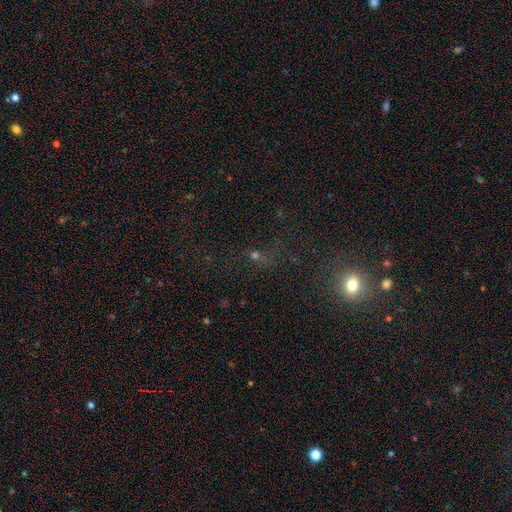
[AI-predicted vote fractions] This appears to be a star or artifact, not a galaxy (48%).